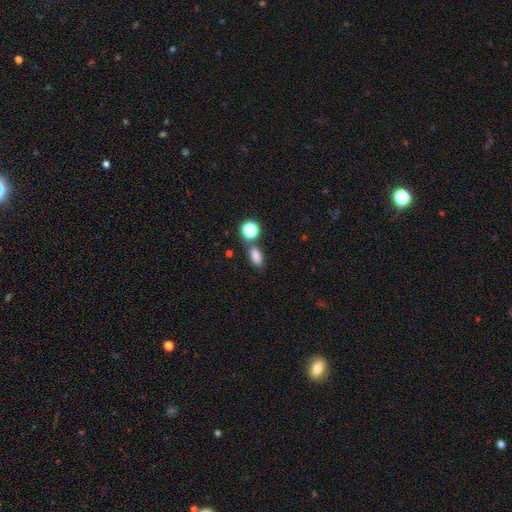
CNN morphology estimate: smooth_or_featured: smooth (p=0.81) [alt: star or artifact p=0.13]
how_rounded: in between (p=0.79) [alt: round p=0.13]
merging: none (p=0.67) [alt: merger p=0.16]